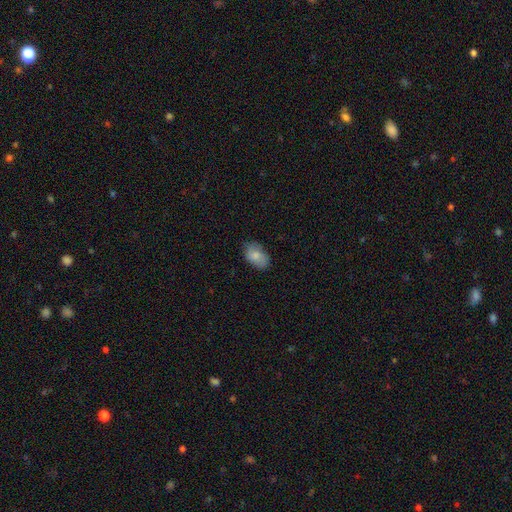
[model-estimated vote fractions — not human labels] Q: Smooth or featured?
A: smooth (82%); runner-up: featured or disk (11%)
Q: How rounded?
A: in between (89%); runner-up: round (9%)
Q: Merging?
A: none (74%); runner-up: minor disturbance (20%)